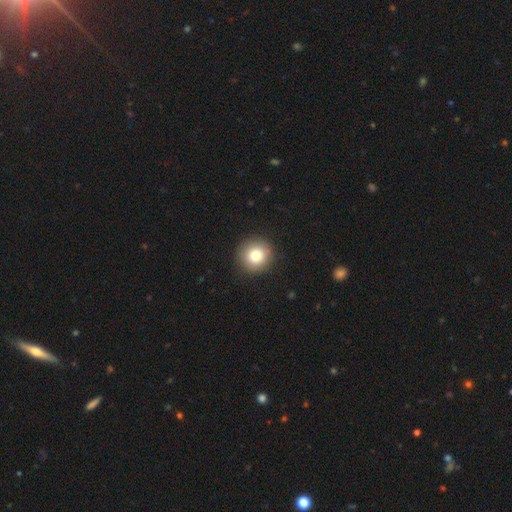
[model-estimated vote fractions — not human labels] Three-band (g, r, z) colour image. It shows a smooth galaxy with no disk features (81%) that is round (94%). Merging: none (91%).